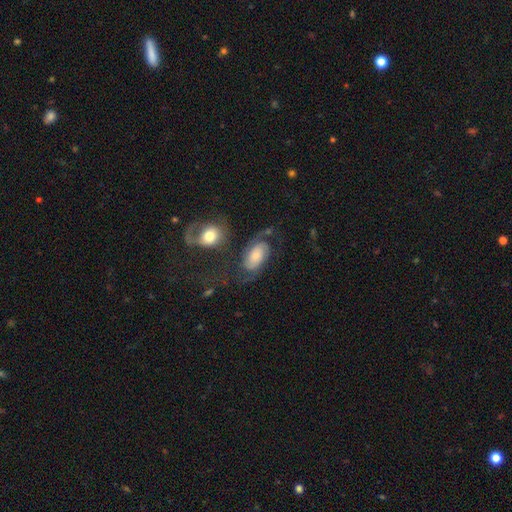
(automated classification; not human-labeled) Smooth or featured: featured or disk — 70% (smooth — 22%)
Edge-on disk: no — 97% (yes — 3%)
Bar: no — 66% (weak — 26%)
Spiral arms: yes — 94% (no — 6%)
Spiral winding: medium — 44% (tight — 32%)
Spiral arm count: 2 — 85% (can't tell — 7%)
Bulge size: small — 47% (moderate — 32%)
Merging: none — 52% (major disturbance — 18%)